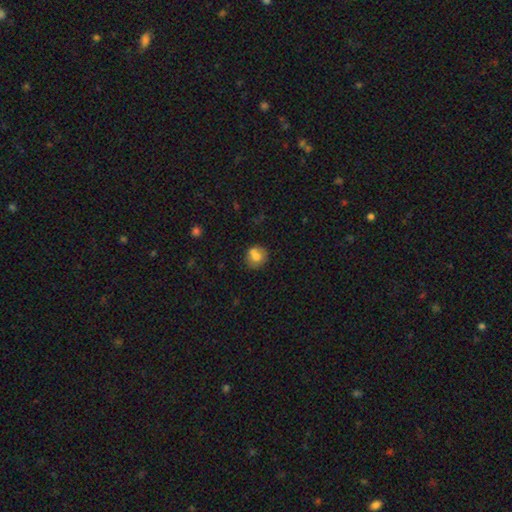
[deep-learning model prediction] This is likely a smooth galaxy (71%). How rounded: clearly round (80%). Merging: possibly none (56%).